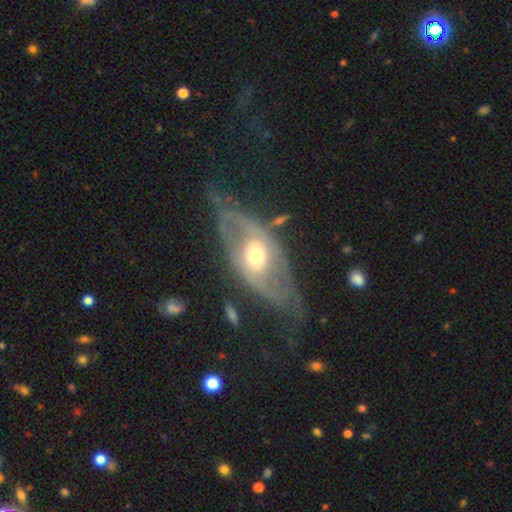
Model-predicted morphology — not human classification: smooth-or-featured: featured or disk: 78% | smooth: 16% | star or artifact: 6%
  disk-edge-on: no: 88% | yes: 12%
    bar: no: 63% | weak: 26% | strong: 11%
    has-spiral-arms: yes: 72% | no: 28%
    bulge-size: moderate: 66% | small: 23% | large: 9% | dominant: 1% | none: 1%
  merging: none: 56% | minor disturbance: 20% | major disturbance: 19% | merger: 4%